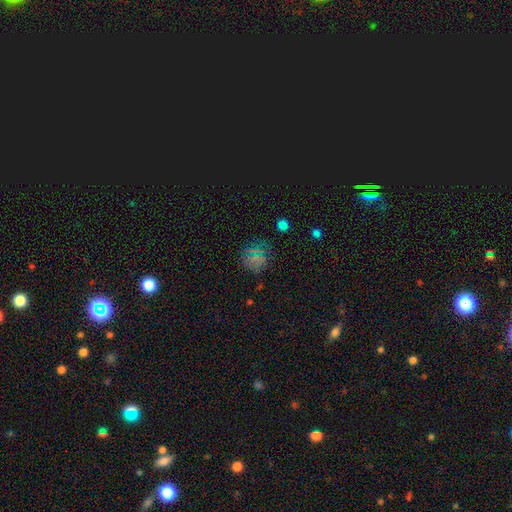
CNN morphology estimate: This is likely a smooth galaxy (60%). How rounded: clearly round (83%). Merging: clearly none (81%).